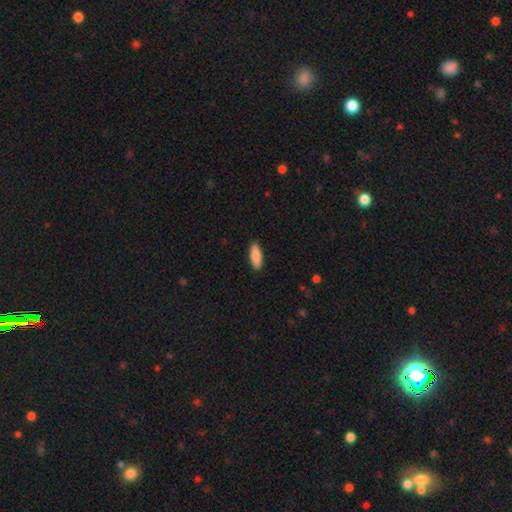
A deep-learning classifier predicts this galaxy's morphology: Smooth or featured: smooth — 86% (featured or disk — 9%)
How rounded: in between — 62% (cigar-shaped — 36%)
Merging: none — 89% (minor disturbance — 8%)